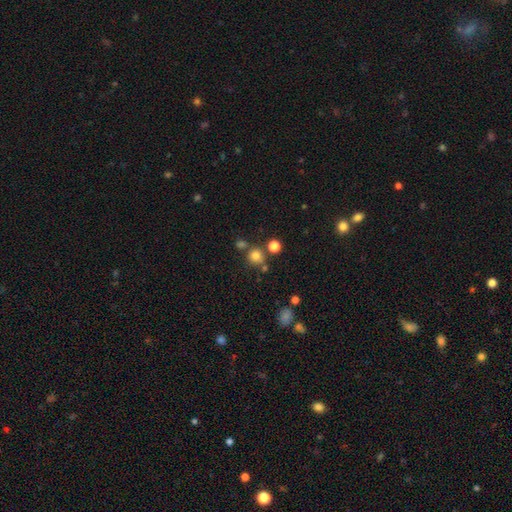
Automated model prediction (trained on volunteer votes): Smooth or featured?
  - smooth: 76% *
  - star or artifact: 16%
  - featured or disk: 7%
How rounded?
  - round: 90% *
  - in between: 9%
  - cigar-shaped: 1%
Merging?
  - none: 72% *
  - merger: 16%
  - minor disturbance: 9%
  - major disturbance: 4%